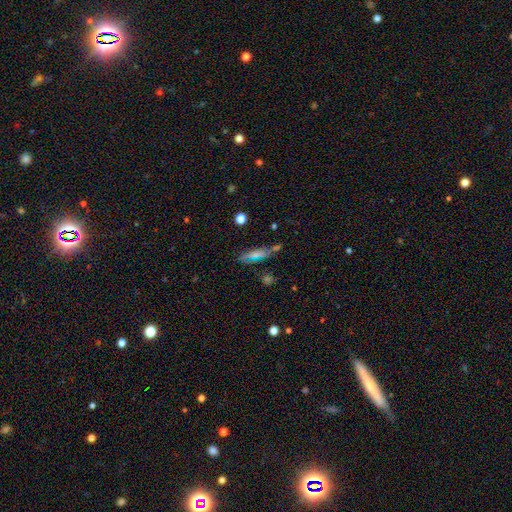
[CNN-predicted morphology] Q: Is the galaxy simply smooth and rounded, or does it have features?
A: smooth — 58%.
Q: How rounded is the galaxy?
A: cigar-shaped — 60%.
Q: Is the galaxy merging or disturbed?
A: none — 61%.